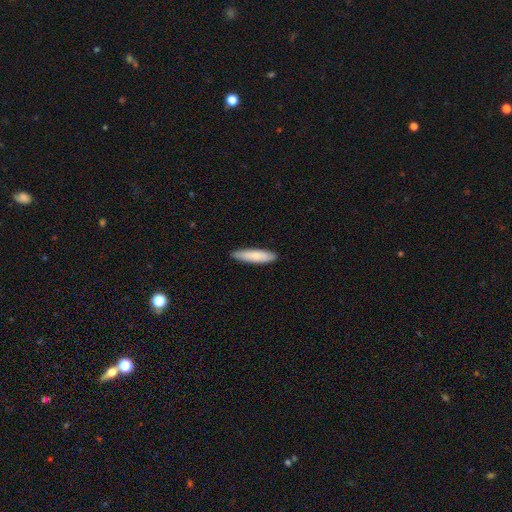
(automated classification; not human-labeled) Q: Smooth or featured?
A: smooth (79%); runner-up: featured or disk (16%)
Q: How rounded?
A: cigar-shaped (78%); runner-up: in between (21%)
Q: Merging?
A: none (88%); runner-up: minor disturbance (9%)